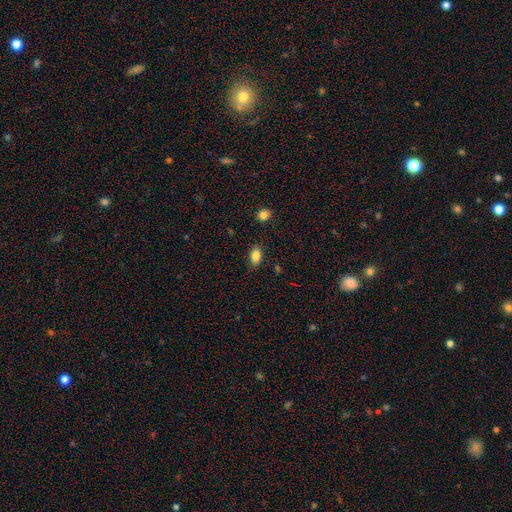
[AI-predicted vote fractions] The model was most divided on "merging": none: 85%, minor disturbance: 11%, major disturbance: 3%, merger: 1%. More confident: how rounded — in between (88%); smooth or featured — smooth (84%).